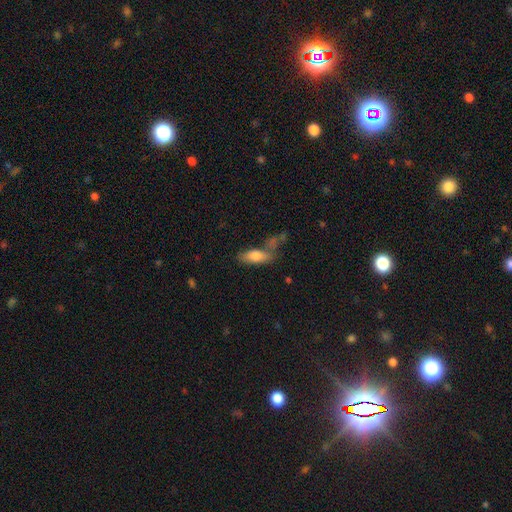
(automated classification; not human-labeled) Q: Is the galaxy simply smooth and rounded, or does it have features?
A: smooth — 75%.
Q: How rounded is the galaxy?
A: in between — 69%.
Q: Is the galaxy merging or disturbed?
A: none — 55%.